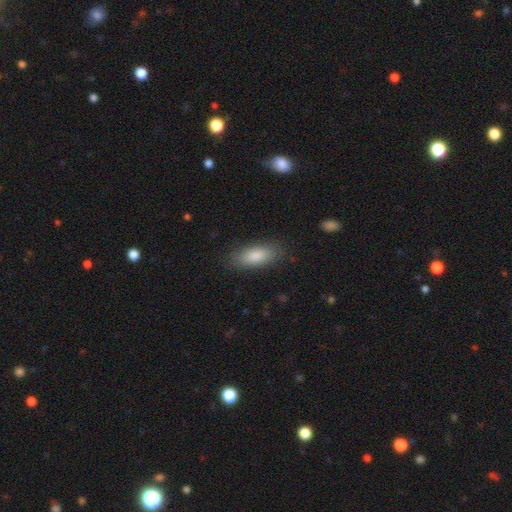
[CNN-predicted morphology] Smooth or featured: smooth — 85% (featured or disk — 8%)
How rounded: in between — 76% (cigar-shaped — 22%)
Merging: none — 85% (minor disturbance — 10%)